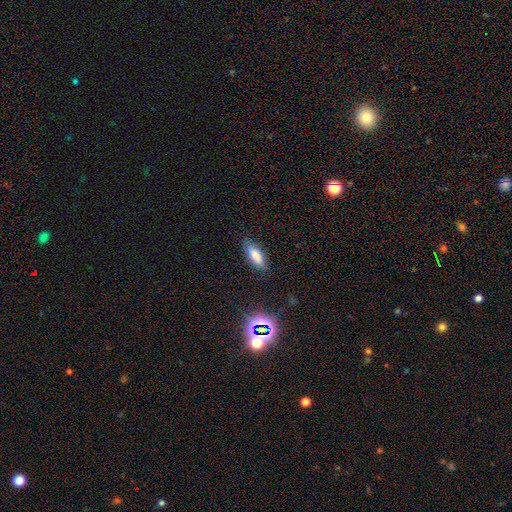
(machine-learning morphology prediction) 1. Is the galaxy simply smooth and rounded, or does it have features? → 79% smooth, 11% featured or disk, 10% star or artifact.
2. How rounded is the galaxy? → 69% in between, 29% cigar-shaped, 2% round.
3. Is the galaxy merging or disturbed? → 83% none, 13% minor disturbance, 3% major disturbance, 1% merger.